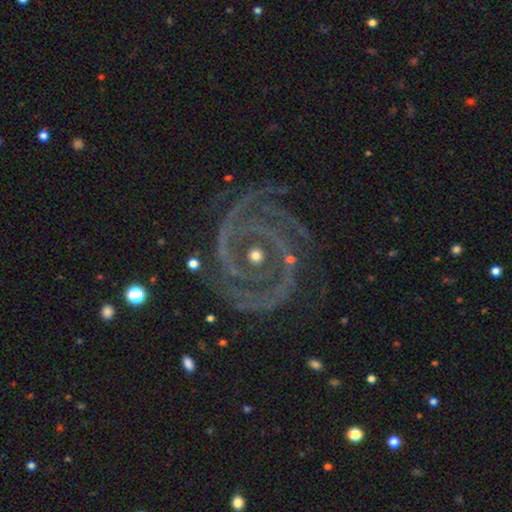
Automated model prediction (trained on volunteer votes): A featured or disk galaxy (80%) with no bar (87%), tight (66%) spiral arms (67%) and a moderate central bulge (61%). Merging: none (67%).